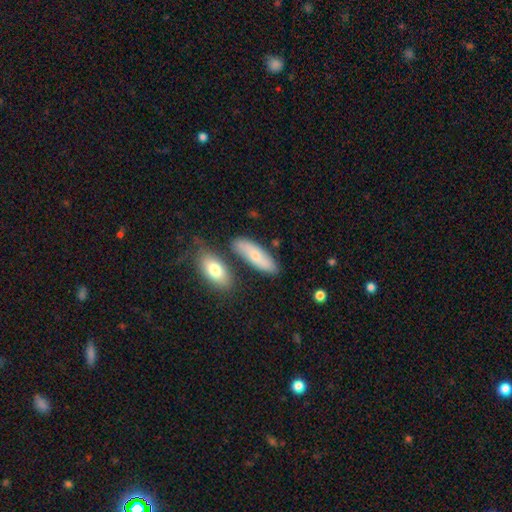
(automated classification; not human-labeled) This is likely a smooth galaxy (65%). How rounded: possibly in between (58%). Merging: likely none (69%).